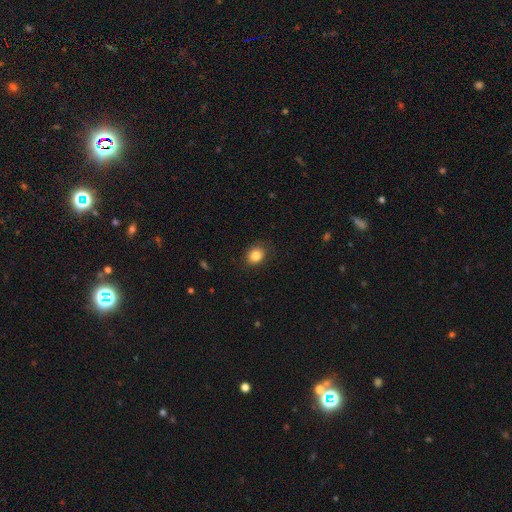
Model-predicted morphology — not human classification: Overall: smooth (85%). How rounded: round (64%; in between 35%). Merging: none (84%).